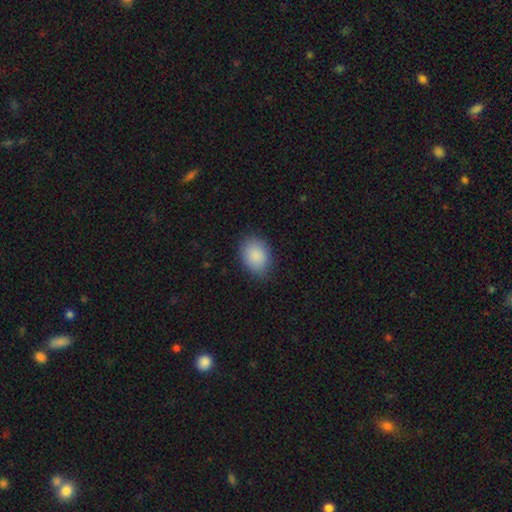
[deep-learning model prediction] Smooth or featured? Predicted: smooth (p=0.88). How rounded? Predicted: in between (p=0.70). Merging? Predicted: none (p=0.80).